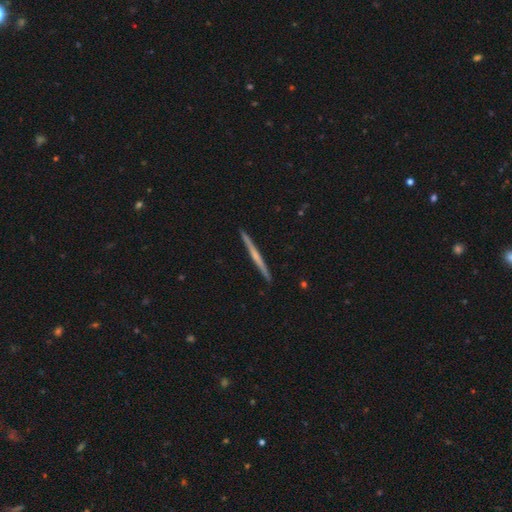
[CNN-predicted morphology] Smooth or featured: featured or disk — 65% (smooth — 30%)
Edge-on disk: yes — 98% (no — 2%)
Edge-on bulge: none — 60% (rounded — 32%)
Merging: none — 93% (minor disturbance — 5%)